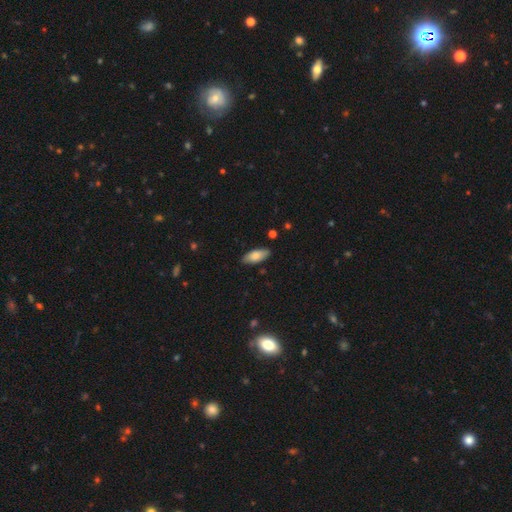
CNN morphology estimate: smooth 80%, featured or disk 13%, star or artifact 6%. Down the decision tree: how rounded — in between (82%); merging — none (85%).